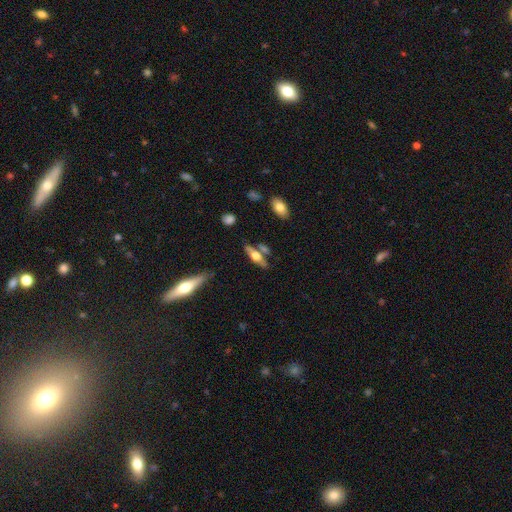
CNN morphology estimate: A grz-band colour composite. It shows a featured or disk galaxy (47%). Merging: none (63%).